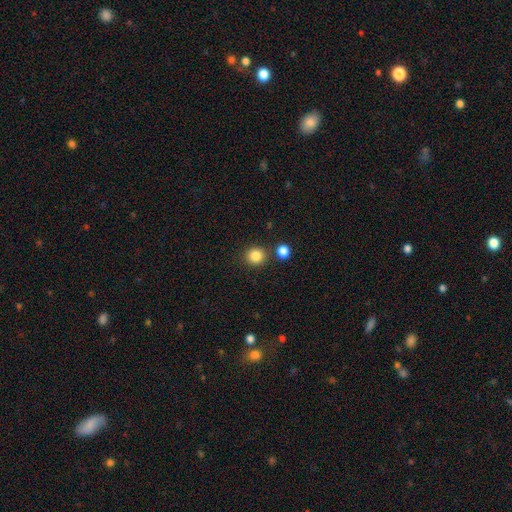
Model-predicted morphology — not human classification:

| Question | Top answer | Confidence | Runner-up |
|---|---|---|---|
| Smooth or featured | smooth | 85% | star or artifact (11%) |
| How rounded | round | 89% | in between (10%) |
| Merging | none | 83% | merger (7%) |